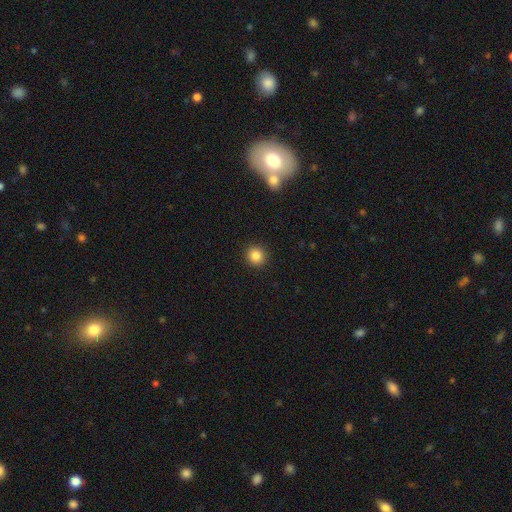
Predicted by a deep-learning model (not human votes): smooth-or-featured: smooth: 85% | star or artifact: 11% | featured or disk: 4%
  how-rounded: round: 94% | in between: 5% | cigar-shaped: 1%
  merging: none: 92% | minor disturbance: 5% | major disturbance: 2% | merger: 1%